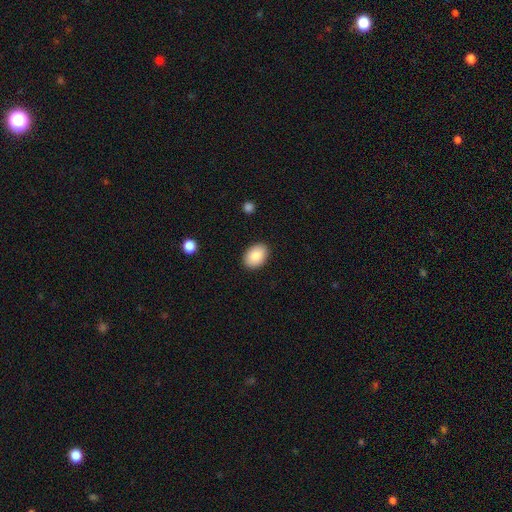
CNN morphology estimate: smooth_or_featured: smooth (p=0.87) [alt: star or artifact p=0.07]
how_rounded: in between (p=0.82) [alt: round p=0.17]
merging: none (p=0.89) [alt: minor disturbance p=0.08]